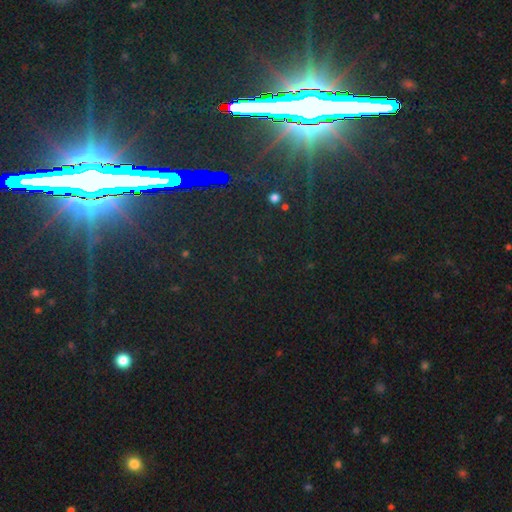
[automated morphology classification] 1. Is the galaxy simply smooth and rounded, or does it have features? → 82% star or artifact, 10% featured or disk, 8% smooth.